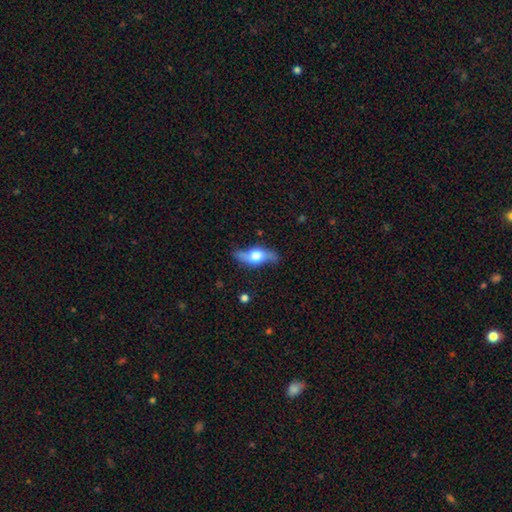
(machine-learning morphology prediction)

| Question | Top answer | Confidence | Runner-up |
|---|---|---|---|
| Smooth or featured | featured or disk | 55% | smooth (39%) |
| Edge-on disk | yes | 68% | no (32%) |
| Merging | none | 72% | minor disturbance (20%) |